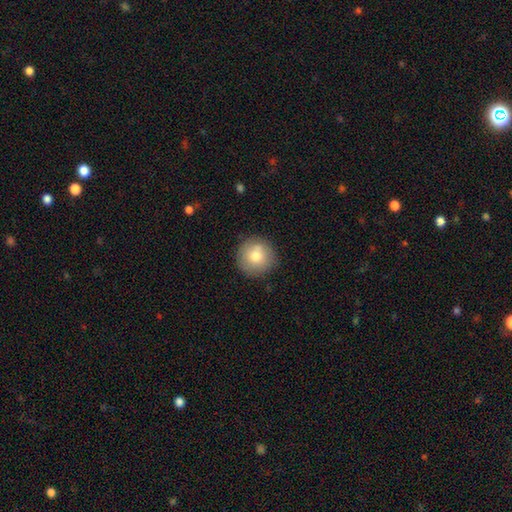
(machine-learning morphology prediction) Smooth or featured? Predicted: smooth (p=0.77). How rounded? Predicted: round (p=0.95). Merging? Predicted: none (p=0.86).